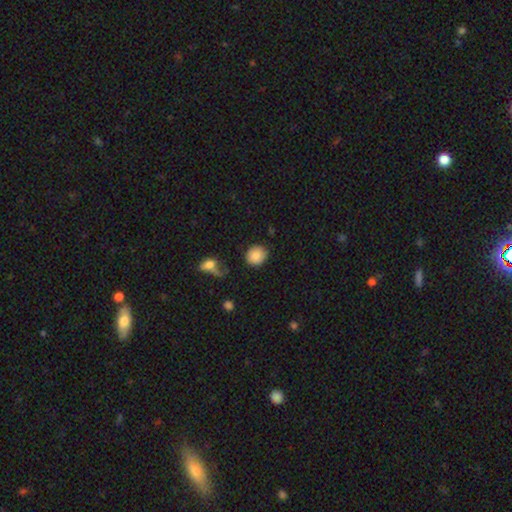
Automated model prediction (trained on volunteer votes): Overall: smooth (84%). How rounded: round (79%). Merging: none (75%).